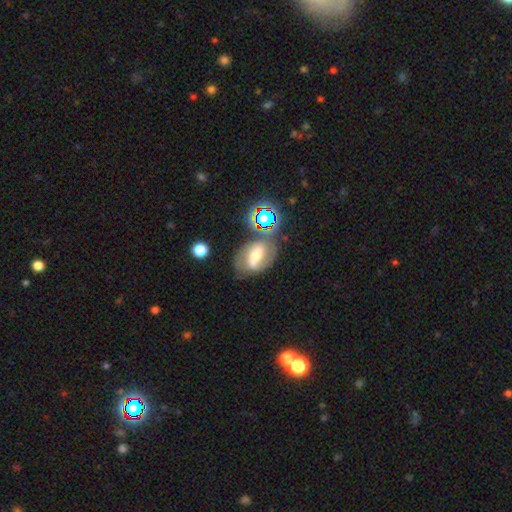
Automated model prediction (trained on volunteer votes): Q: Smooth or featured?
A: featured or disk (61%); runner-up: smooth (25%)
Q: Edge-on disk?
A: no (95%); runner-up: yes (5%)
Q: Bar?
A: strong (38%); runner-up: weak (37%)
Q: Spiral arms?
A: yes (82%); runner-up: no (18%)
Q: Bulge size?
A: moderate (48%); runner-up: small (28%)
Q: Merging?
A: none (59%); runner-up: minor disturbance (20%)